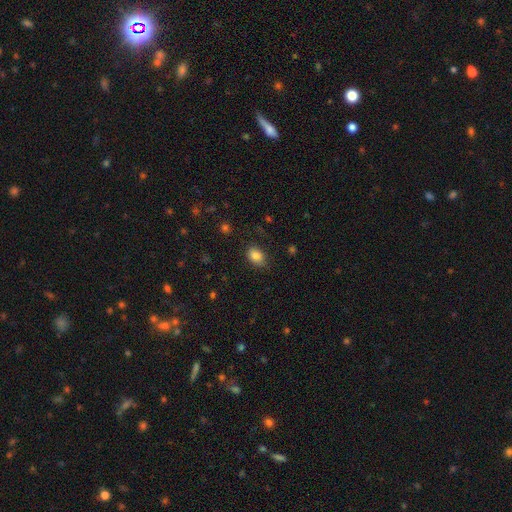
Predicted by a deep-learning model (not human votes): Smooth or featured? smooth (84%)
How rounded? in between (72%)
Merging? none (76%)